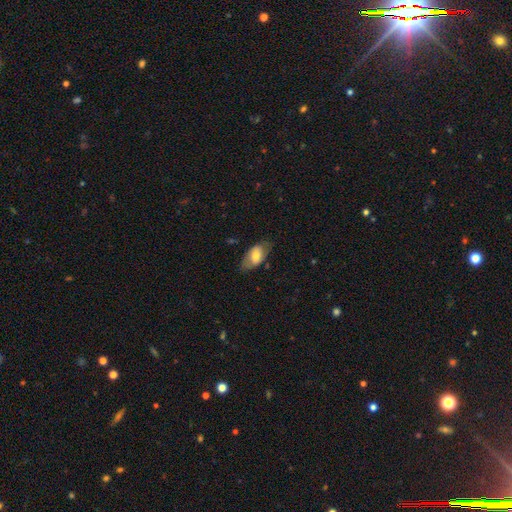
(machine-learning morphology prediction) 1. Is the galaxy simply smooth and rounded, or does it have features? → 62% smooth, 32% featured or disk, 7% star or artifact.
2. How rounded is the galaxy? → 92% in between, 6% round, 3% cigar-shaped.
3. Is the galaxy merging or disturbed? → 68% none, 23% minor disturbance, 8% major disturbance, 1% merger.